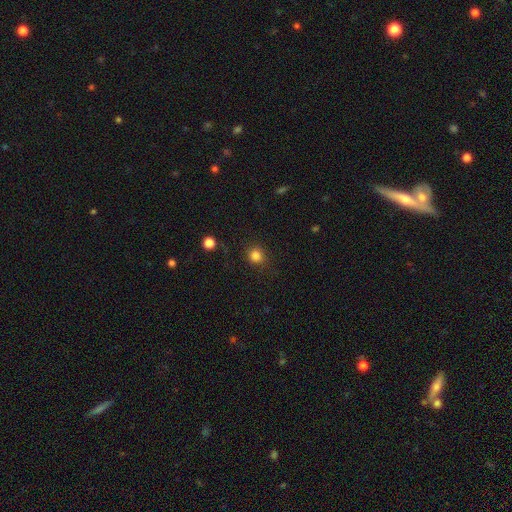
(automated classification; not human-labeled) The model was most divided on "smooth or featured": smooth: 83%, star or artifact: 13%, featured or disk: 4%. More confident: how rounded — round (90%); merging — none (87%).